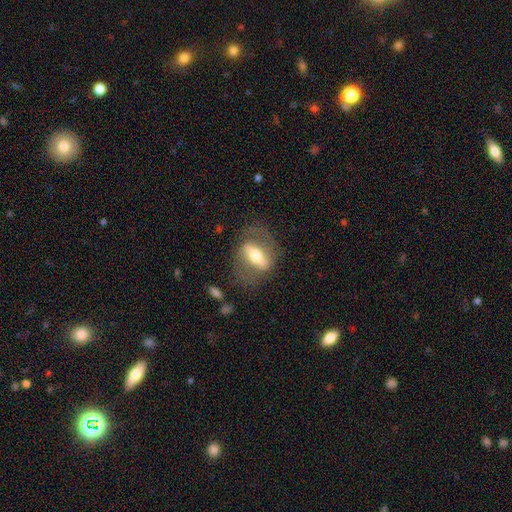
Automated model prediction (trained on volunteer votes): smooth-or-featured: featured or disk: 65% | smooth: 29% | star or artifact: 6%
  disk-edge-on: no: 78% | yes: 22%
    bar: strong: 66% | weak: 21% | no: 13%
    has-spiral-arms: yes: 55% | no: 45%
    bulge-size: moderate: 60% | large: 21% | small: 15% | dominant: 3% | none: 2%
  merging: none: 66% | minor disturbance: 17% | major disturbance: 15% | merger: 2%